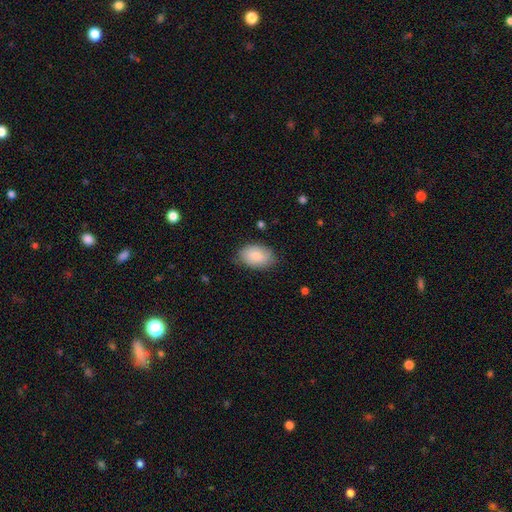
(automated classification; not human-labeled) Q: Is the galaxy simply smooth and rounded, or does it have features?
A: smooth — 80%.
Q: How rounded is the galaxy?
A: in between — 89%.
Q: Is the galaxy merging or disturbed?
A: none — 77%.